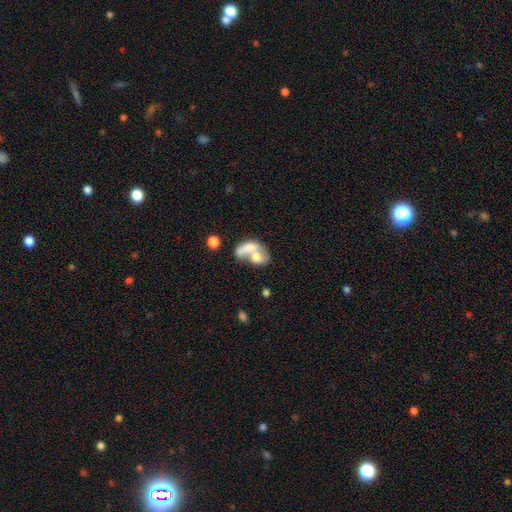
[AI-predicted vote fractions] A smooth galaxy with no disk features (45%).

Vote fractions:
- Smooth or featured? smooth: 45% / featured or disk: 43% / star or artifact: 11%
- Merging? merger: 65% / none: 17% / major disturbance: 11% / minor disturbance: 7%